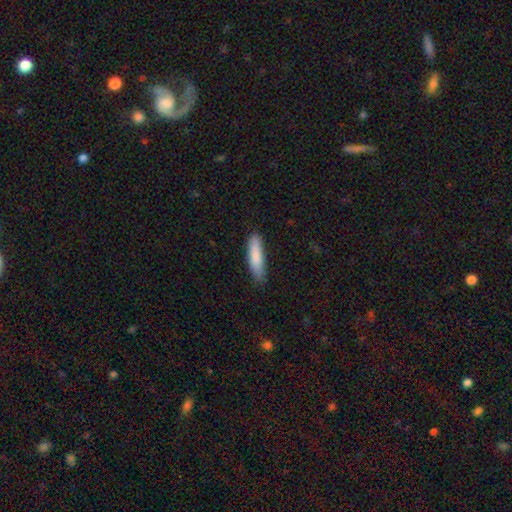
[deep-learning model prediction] smooth-or-featured: smooth: 85% | featured or disk: 9% | star or artifact: 6%
  how-rounded: cigar-shaped: 73% | in between: 26% | round: 1%
  merging: none: 79% | minor disturbance: 17% | major disturbance: 3% | merger: 1%